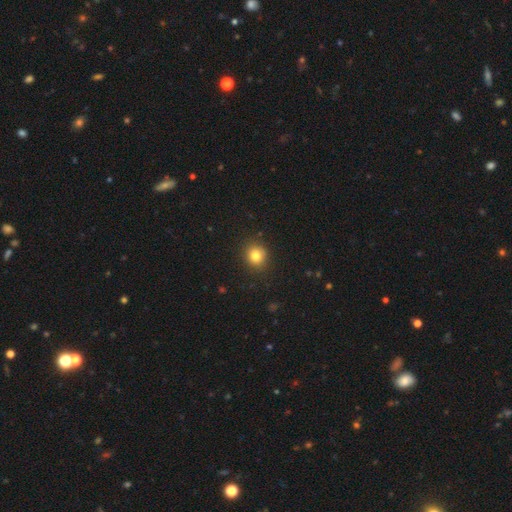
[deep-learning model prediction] This is clearly a smooth galaxy (82%). How rounded: clearly round (84%). Merging: clearly none (89%).